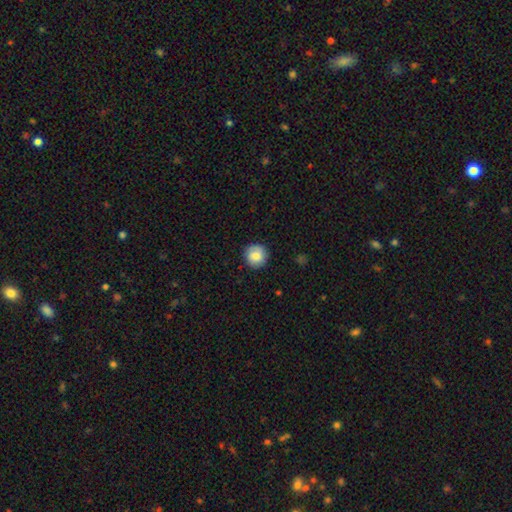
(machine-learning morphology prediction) type=smooth (80%); roundness=round (94%); merging=none (86%).